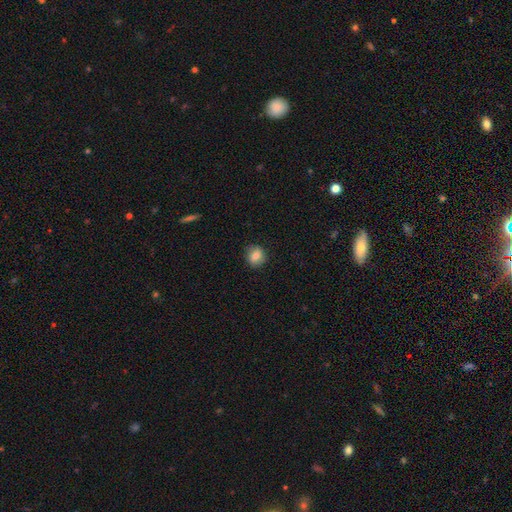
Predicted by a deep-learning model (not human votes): The model was most divided on "how rounded": round: 67%, in between: 32%, cigar-shaped: 1%. More confident: merging — none (85%); smooth or featured — smooth (81%).